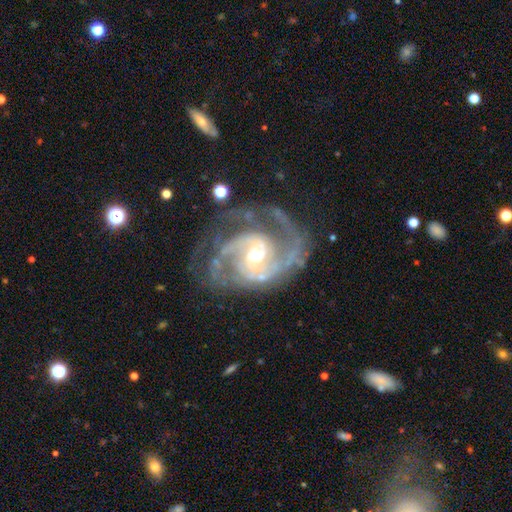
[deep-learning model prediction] A featured or disk galaxy (92%) with a weak bar (43%, tied with no), 2 (57%) medium (47%) spiral arms (97%) and a moderate central bulge (65%).

Vote fractions:
- Smooth or featured? featured or disk: 92% / star or artifact: 5% / smooth: 4%
- Edge-on disk? no: 98% / yes: 2%
- Bar? weak: 43% (tied) / no: 43% (tied) / strong: 15%
- Spiral arms? yes: 97% / no: 3%
- Spiral winding? medium: 47% / tight: 41% / loose: 12%
- Spiral arm count? 2: 57% / 3: 16% / can't tell: 12% / 1: 6% / 4: 5% / more than 4: 4%
- Bulge size? moderate: 65% / small: 25% / large: 8% / none: 1% / dominant: 1%
- Merging? none: 63% / minor disturbance: 19% / major disturbance: 15% / merger: 3%